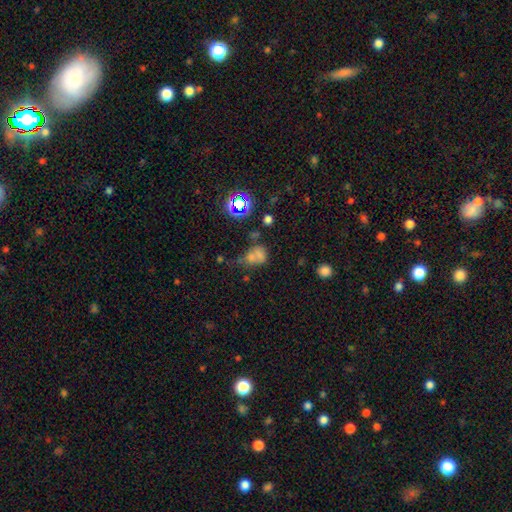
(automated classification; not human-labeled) Smooth or featured? Predicted: smooth (p=0.59). How rounded? Predicted: in between (p=0.50). Merging? Predicted: merger (p=0.43).